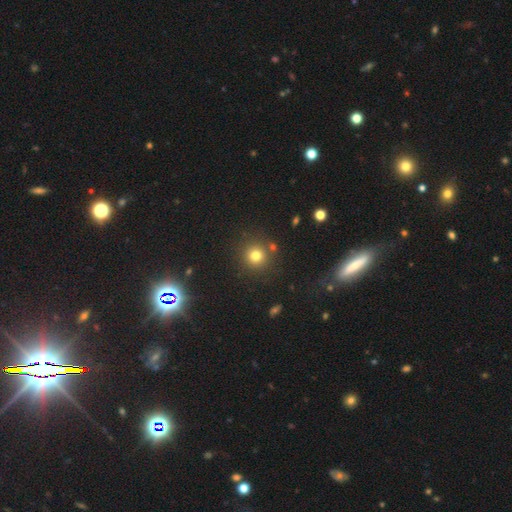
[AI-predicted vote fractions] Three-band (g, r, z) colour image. It shows a smooth galaxy with no disk features (78%) that is round (93%). Merging: none (85%).